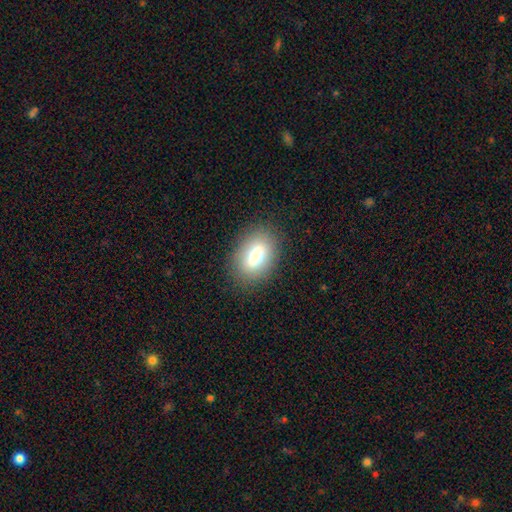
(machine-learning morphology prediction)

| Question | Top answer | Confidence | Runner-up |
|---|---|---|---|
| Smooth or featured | smooth | 70% | featured or disk (21%) |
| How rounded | in between | 83% | round (13%) |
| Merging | none | 85% | minor disturbance (10%) |